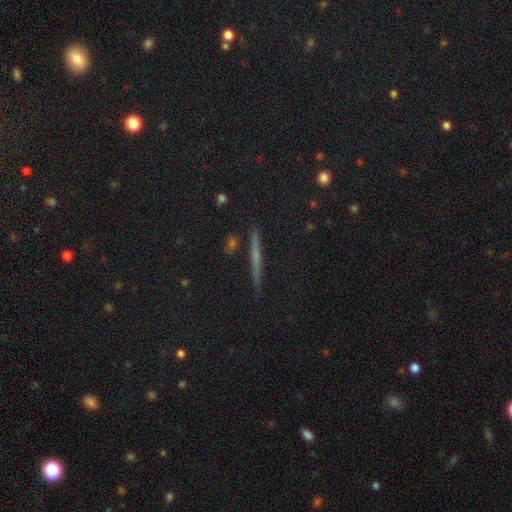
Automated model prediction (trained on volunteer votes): smooth-or-featured: featured or disk: 51% | smooth: 34% | star or artifact: 15%
  disk-edge-on: yes: 96% | no: 4%
  merging: none: 90% | minor disturbance: 7% | merger: 2% | major disturbance: 2%